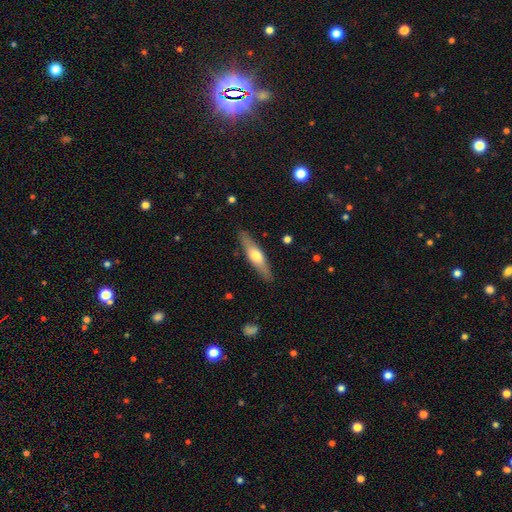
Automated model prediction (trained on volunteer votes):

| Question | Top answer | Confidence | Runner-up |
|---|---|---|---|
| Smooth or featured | featured or disk | 50% | smooth (45%) |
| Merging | none | 88% | minor disturbance (9%) |